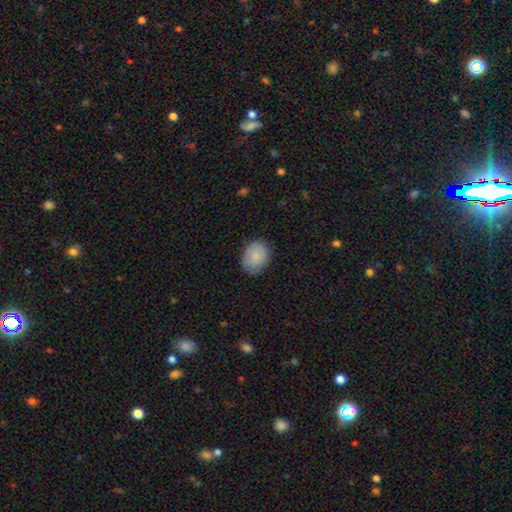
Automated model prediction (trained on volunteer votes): Overall: smooth (84%). How rounded: in between (54%; round 45%). Merging: none (79%).